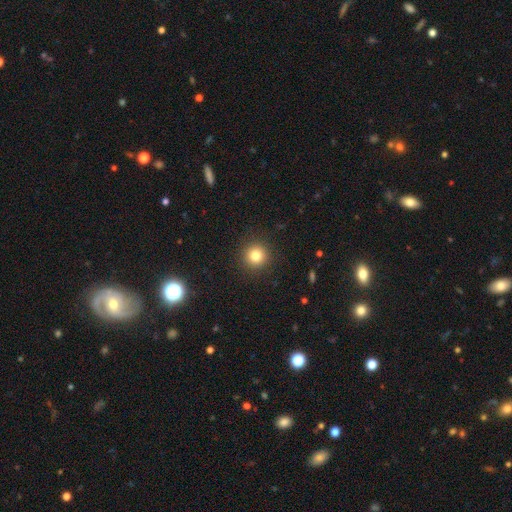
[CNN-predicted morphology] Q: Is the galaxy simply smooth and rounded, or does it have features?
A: smooth — 81%.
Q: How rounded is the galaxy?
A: round — 95%.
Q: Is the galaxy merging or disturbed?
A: none — 92%.